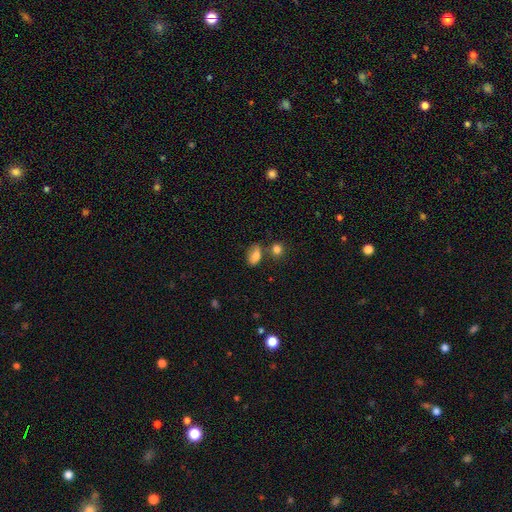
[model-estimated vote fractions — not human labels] This appears to be a smooth galaxy with no disk features (80%) that is in between round and cigar-shaped (86%). Merging: none (62%).